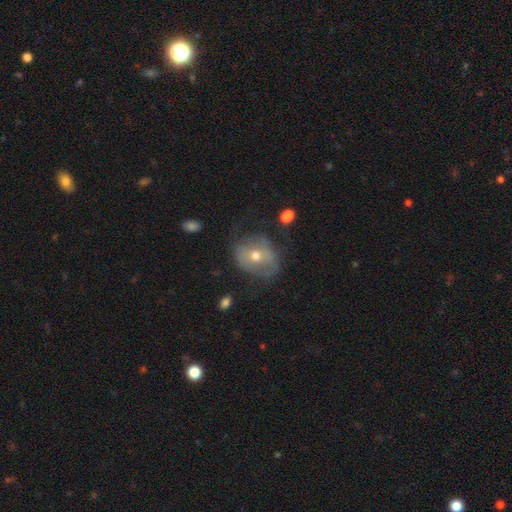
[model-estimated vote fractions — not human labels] Morphology: type=featured or disk (51%); edge-on=no (94%); merging=none (59%).